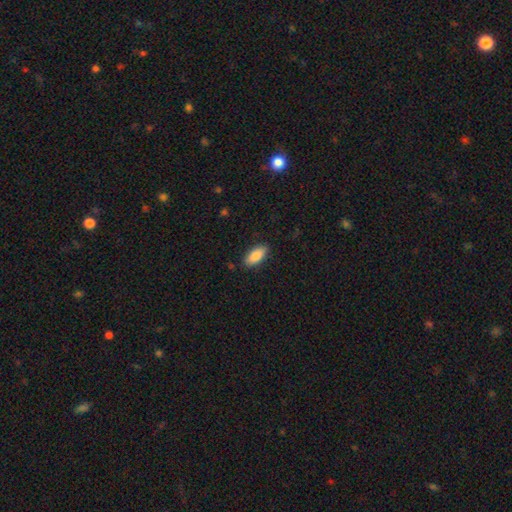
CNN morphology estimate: The model was most divided on "how rounded": in between: 84%, cigar-shaped: 14%, round: 2%. More confident: merging — none (87%); smooth or featured — smooth (86%).